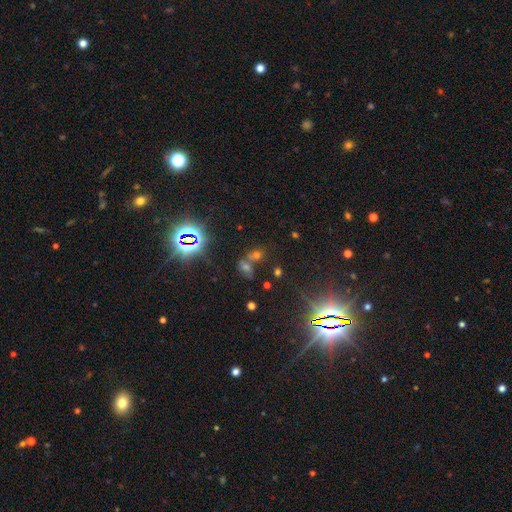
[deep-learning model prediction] A star or artifact, not a galaxy (59%).